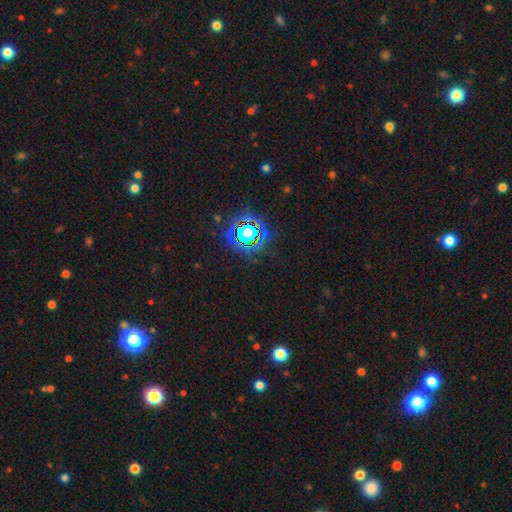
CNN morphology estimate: A star or artifact, not a galaxy (75%).

Vote fractions:
- Smooth or featured? star or artifact: 75% / smooth: 17% / featured or disk: 8%